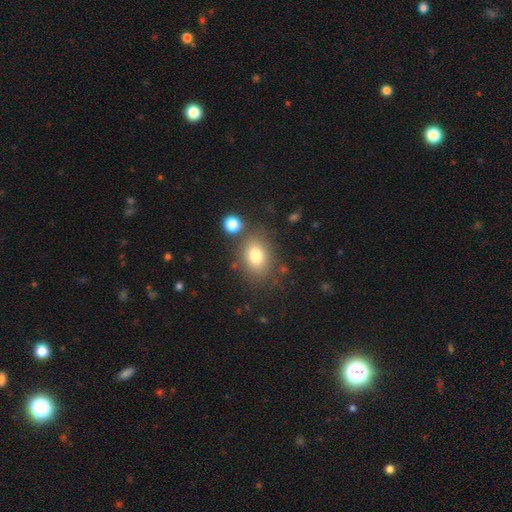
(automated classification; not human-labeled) This is likely a smooth galaxy (77%). How rounded: likely in between (68%). Merging: likely none (74%).